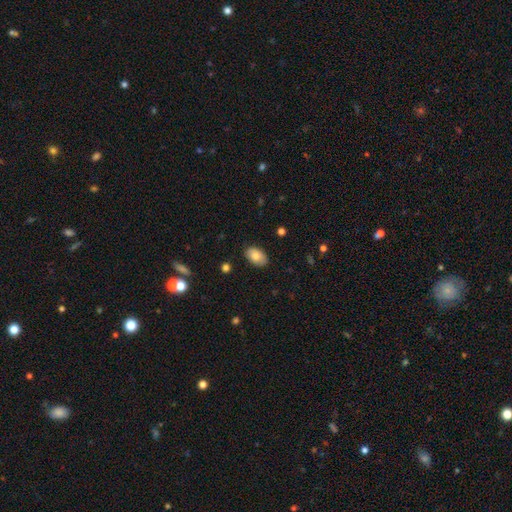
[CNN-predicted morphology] A smooth galaxy with no disk features (83%) that is in between round and cigar-shaped (92%).

Vote fractions:
- Smooth or featured? smooth: 83% / featured or disk: 10% / star or artifact: 7%
- How rounded? in between: 92% / round: 7% / cigar-shaped: 1%
- Merging? none: 84% / minor disturbance: 13% / major disturbance: 2% / merger: 1%